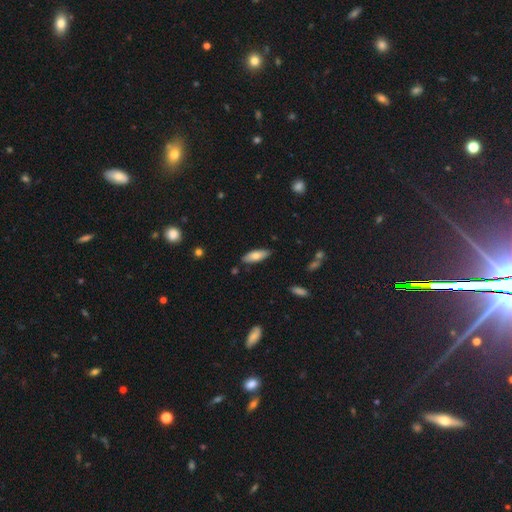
Smooth or featured? 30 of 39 (77%) said smooth. How rounded? 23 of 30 (77%) said in between. Merging? 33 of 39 (85%) said none.